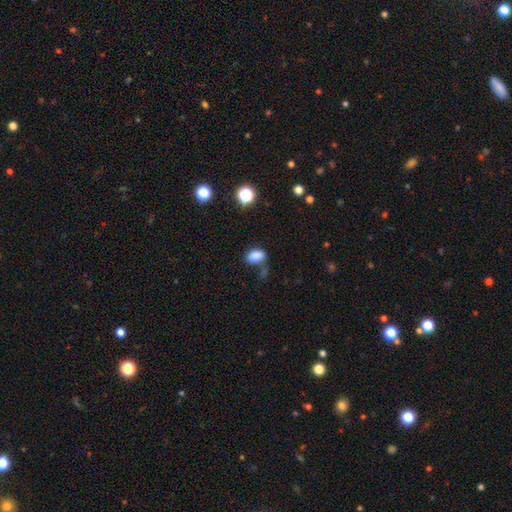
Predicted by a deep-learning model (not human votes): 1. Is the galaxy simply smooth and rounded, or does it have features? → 83% smooth, 11% star or artifact, 6% featured or disk.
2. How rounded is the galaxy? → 87% in between, 11% round, 2% cigar-shaped.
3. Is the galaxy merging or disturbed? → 55% none, 19% minor disturbance, 16% merger, 10% major disturbance.